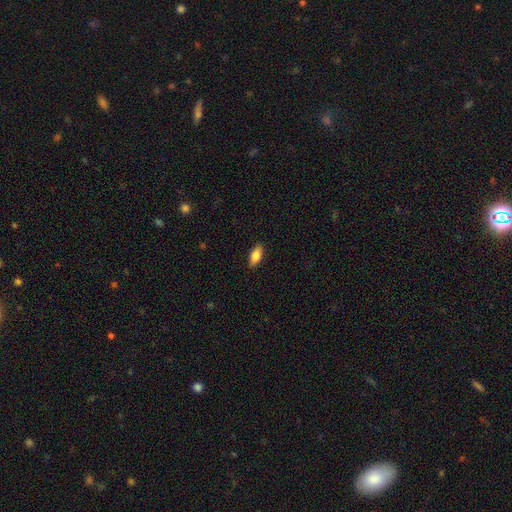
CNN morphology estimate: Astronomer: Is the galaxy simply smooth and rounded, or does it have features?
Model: smooth — 82%.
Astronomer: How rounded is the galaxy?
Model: in between — 84%.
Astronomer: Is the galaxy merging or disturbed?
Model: none — 88%.